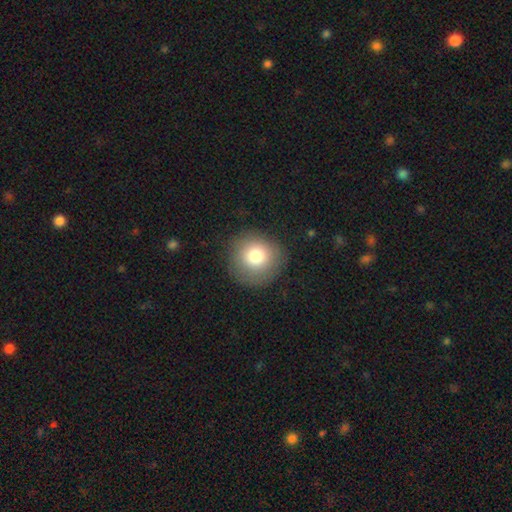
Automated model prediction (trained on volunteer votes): This appears to be a smooth galaxy with no disk features (79%) that is round (92%). Merging: none (85%).